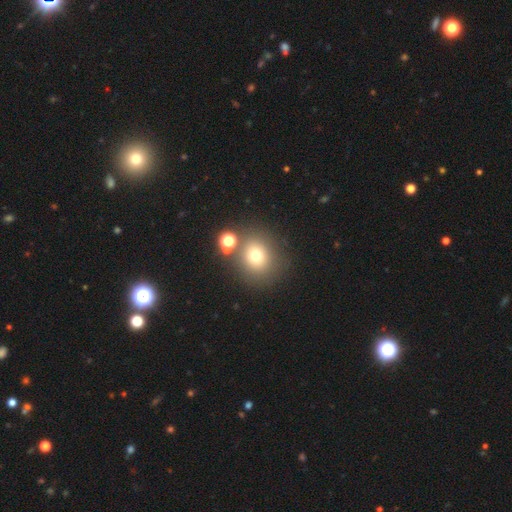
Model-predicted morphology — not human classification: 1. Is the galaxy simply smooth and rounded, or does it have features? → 71% smooth, 17% star or artifact, 12% featured or disk.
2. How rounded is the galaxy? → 79% round, 20% in between, 1% cigar-shaped.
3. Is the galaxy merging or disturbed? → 74% none, 12% merger, 10% minor disturbance, 5% major disturbance.